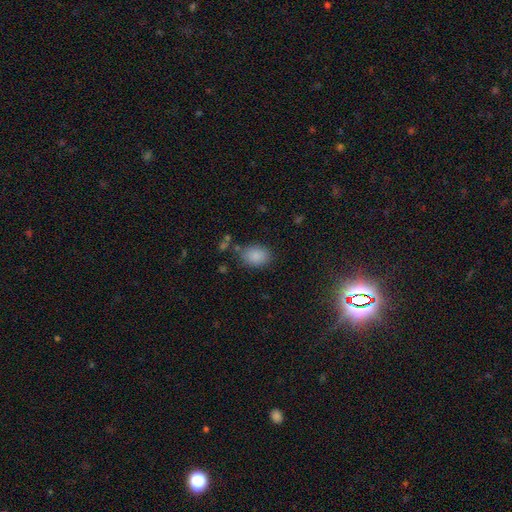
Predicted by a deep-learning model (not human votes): This appears to be a smooth galaxy with no disk features (87%) that is in between round and cigar-shaped (70%). Merging: none (77%).